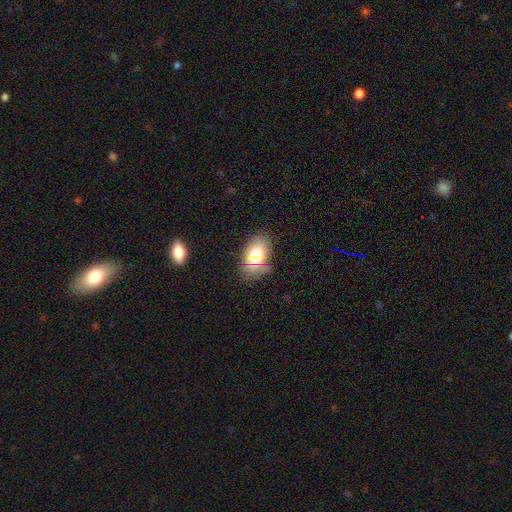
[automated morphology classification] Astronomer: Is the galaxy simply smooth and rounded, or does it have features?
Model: smooth — 70%.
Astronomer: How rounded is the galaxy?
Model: in between — 87%.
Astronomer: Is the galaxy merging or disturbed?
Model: none — 80%.